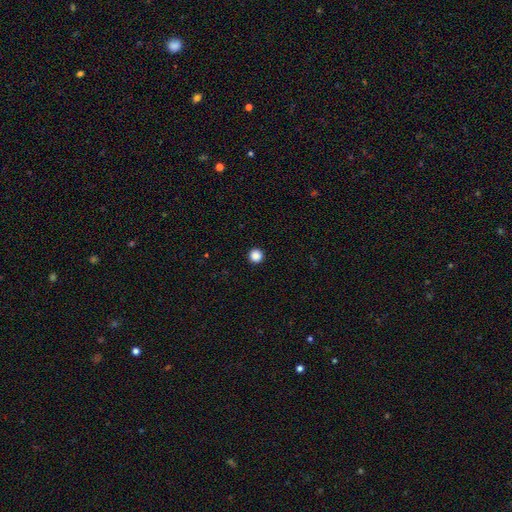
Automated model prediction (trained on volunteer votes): Overall: smooth (87%). How rounded: round (97%). Merging: none (94%).